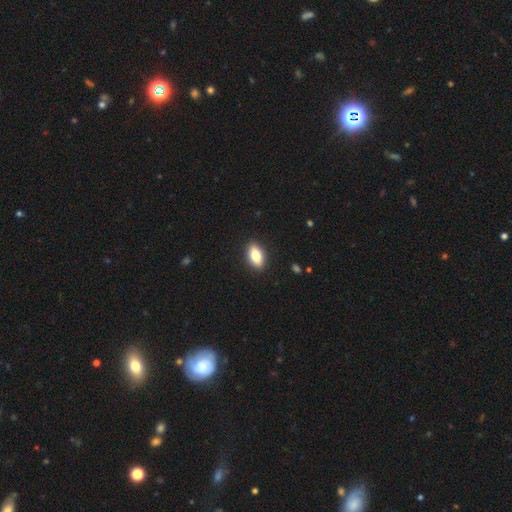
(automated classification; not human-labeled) Smooth or featured? Predicted: smooth (p=0.76). How rounded? Predicted: in between (p=0.85). Merging? Predicted: none (p=0.89).